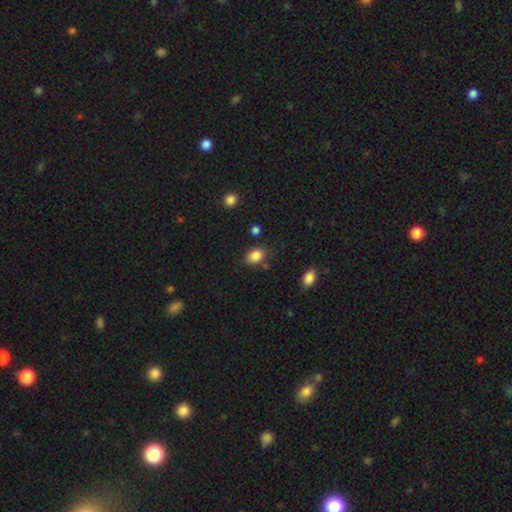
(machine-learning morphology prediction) Smooth or featured: smooth — 85% (star or artifact — 10%)
How rounded: in between — 73% (round — 26%)
Merging: none — 71% (minor disturbance — 18%)